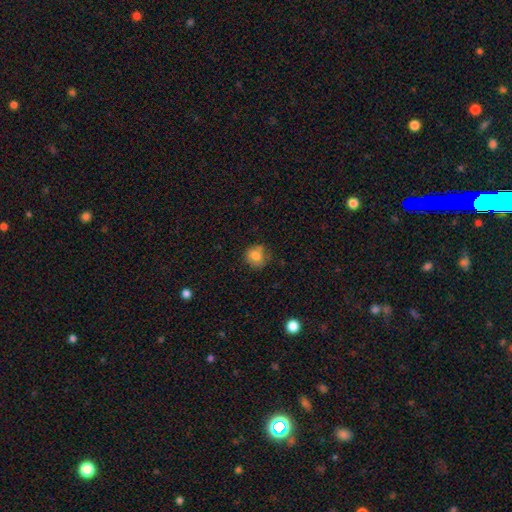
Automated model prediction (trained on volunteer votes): A smooth galaxy with no disk features (79%) that is round (81%). Merging: none (65%).